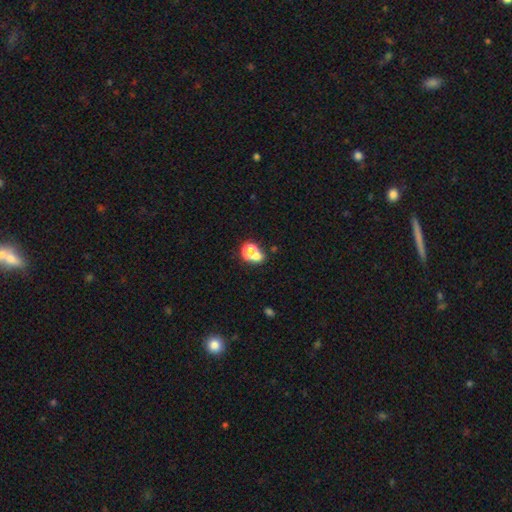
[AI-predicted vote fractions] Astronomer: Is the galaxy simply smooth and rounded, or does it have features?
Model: smooth — 66%.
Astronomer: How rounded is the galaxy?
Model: round — 57% (runner-up: in between, 41%).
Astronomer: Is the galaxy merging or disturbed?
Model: merger — 46% (runner-up: none, 34%).